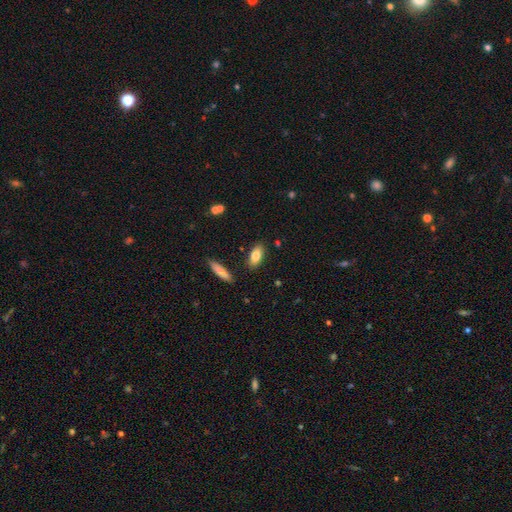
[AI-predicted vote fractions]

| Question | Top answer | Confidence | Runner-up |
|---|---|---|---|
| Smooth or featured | smooth | 81% | featured or disk (12%) |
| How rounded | in between | 81% | cigar-shaped (16%) |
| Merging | none | 84% | minor disturbance (10%) |